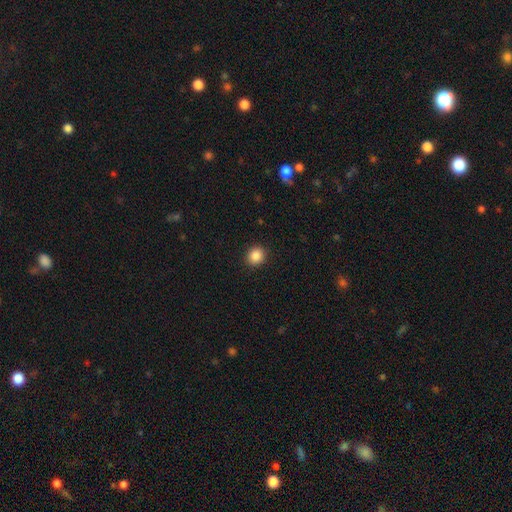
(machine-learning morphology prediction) The model was most divided on "how rounded": round: 79%, in between: 20%, cigar-shaped: 1%. More confident: merging — none (92%); smooth or featured — smooth (87%).